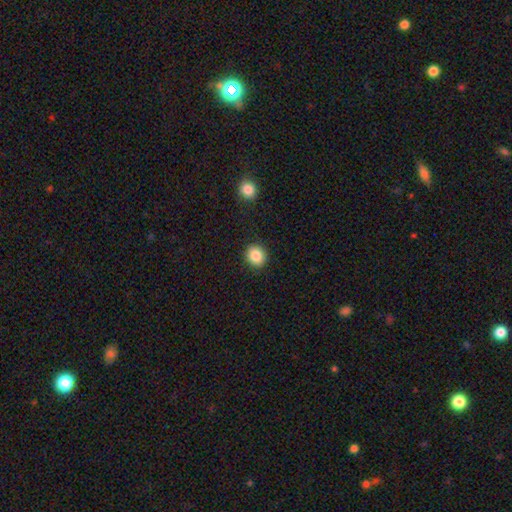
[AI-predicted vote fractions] Morphology: type=smooth (85%); roundness=round (81%); merging=none (90%).